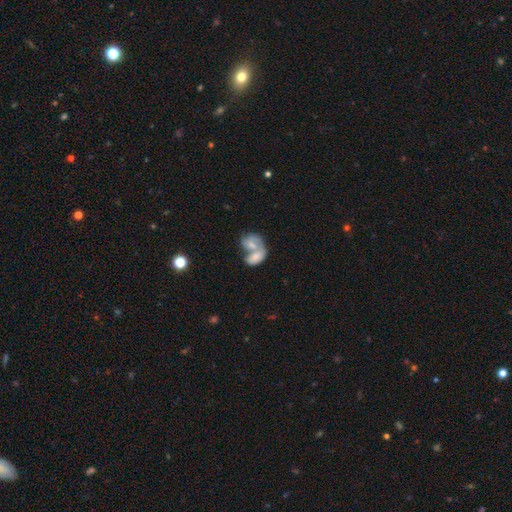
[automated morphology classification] smooth_or_featured: smooth (p=0.61) [alt: featured or disk p=0.31]
how_rounded: in between (p=0.79) [alt: round p=0.19]
merging: merger (p=0.77) [alt: none p=0.12]